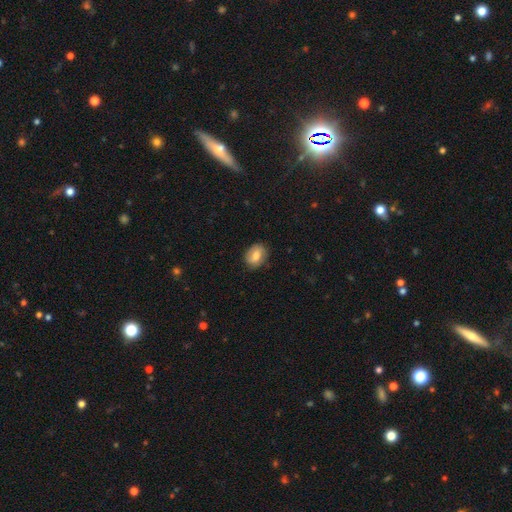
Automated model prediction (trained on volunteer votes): Morphology: type=smooth (75%); roundness=in between (68%); merging=none (81%).